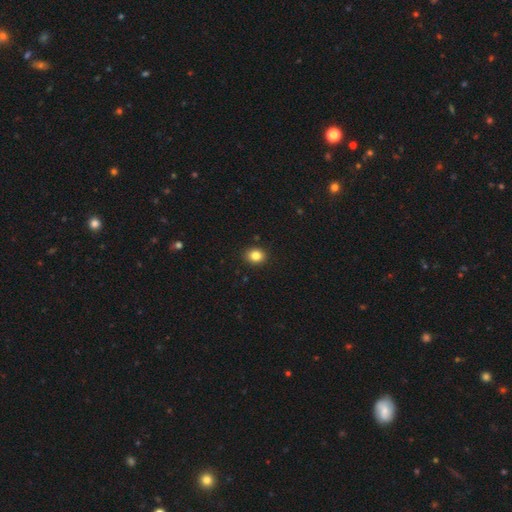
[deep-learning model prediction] Overall: smooth (84%). How rounded: round (64%; in between 35%). Merging: none (91%).